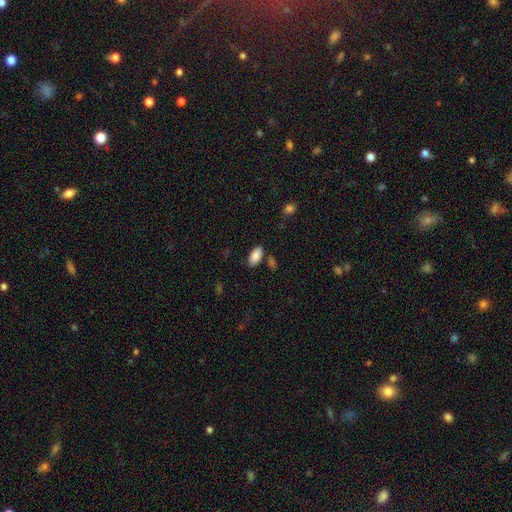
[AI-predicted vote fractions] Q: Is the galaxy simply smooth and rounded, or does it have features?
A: smooth — 88%.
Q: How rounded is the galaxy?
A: in between — 93%.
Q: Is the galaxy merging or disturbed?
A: none — 80%.